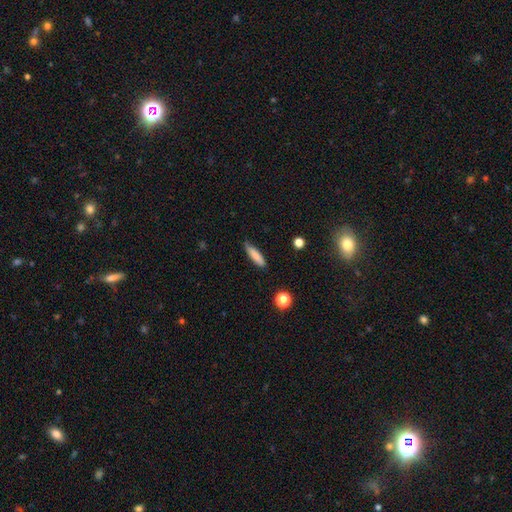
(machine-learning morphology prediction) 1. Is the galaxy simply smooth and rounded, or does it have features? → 82% smooth, 10% featured or disk, 7% star or artifact.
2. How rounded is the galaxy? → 73% cigar-shaped, 25% in between, 2% round.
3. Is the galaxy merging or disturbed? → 79% none, 17% minor disturbance, 3% major disturbance, 2% merger.